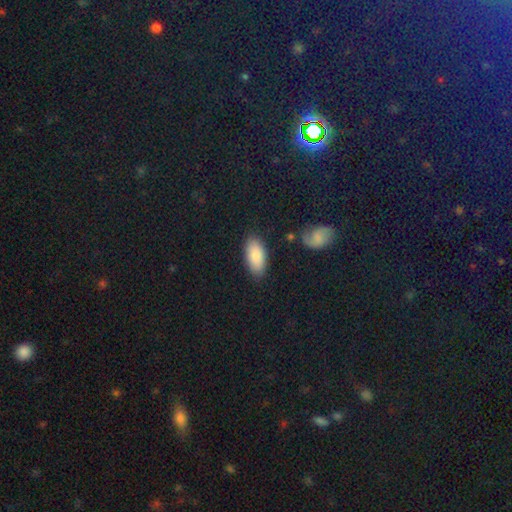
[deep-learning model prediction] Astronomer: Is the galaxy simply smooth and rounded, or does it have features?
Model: smooth — 86%.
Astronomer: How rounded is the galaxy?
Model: in between — 92%.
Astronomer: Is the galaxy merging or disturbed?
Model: none — 82%.